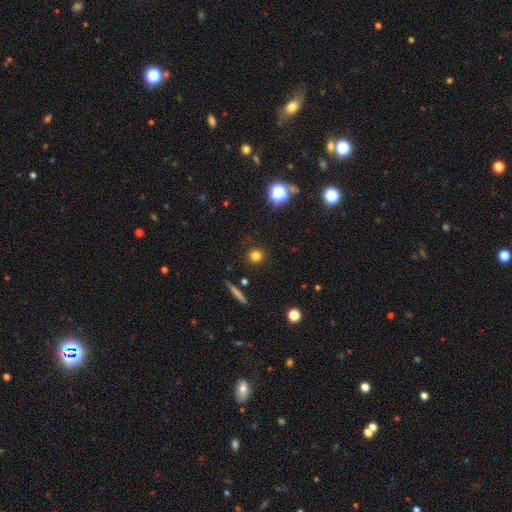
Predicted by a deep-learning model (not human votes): smooth_or_featured: smooth (p=0.78) [alt: star or artifact p=0.15]
how_rounded: round (p=0.92) [alt: in between p=0.07]
merging: none (p=0.90) [alt: minor disturbance p=0.06]